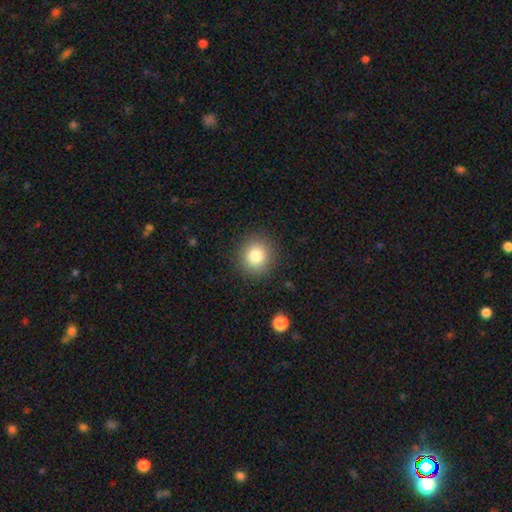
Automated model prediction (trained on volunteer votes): Smooth or featured?
  - smooth: 81% *
  - star or artifact: 11%
  - featured or disk: 8%
How rounded?
  - round: 89% *
  - in between: 10%
  - cigar-shaped: 1%
Merging?
  - none: 90% *
  - minor disturbance: 6%
  - major disturbance: 2%
  - merger: 1%